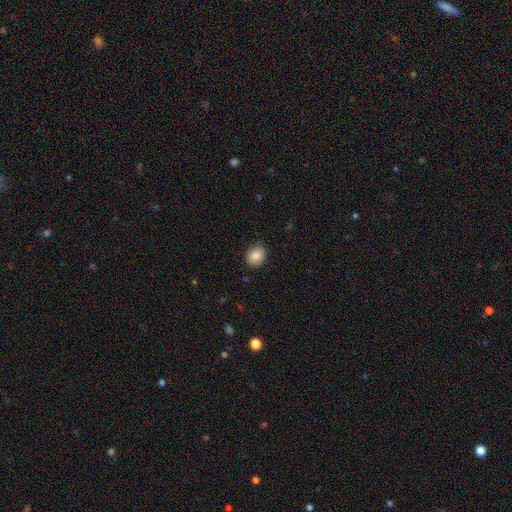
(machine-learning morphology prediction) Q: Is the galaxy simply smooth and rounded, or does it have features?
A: smooth — 84%.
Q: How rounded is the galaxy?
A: round — 53%.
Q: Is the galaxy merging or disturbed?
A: none — 86%.